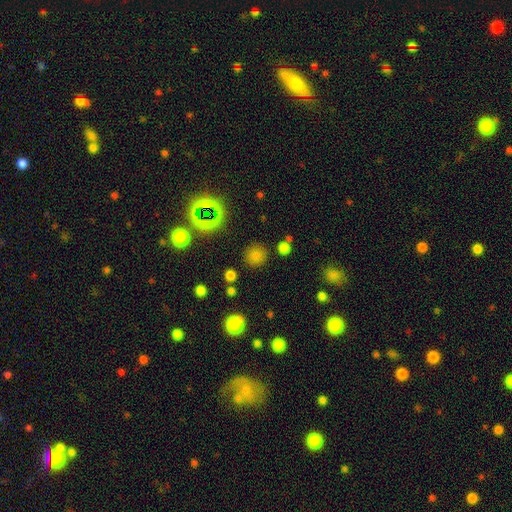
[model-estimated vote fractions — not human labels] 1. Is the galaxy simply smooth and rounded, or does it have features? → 74% smooth, 20% star or artifact, 6% featured or disk.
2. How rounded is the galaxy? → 91% round, 8% in between, 1% cigar-shaped.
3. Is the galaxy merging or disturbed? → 86% none, 8% minor disturbance, 3% major disturbance, 3% merger.